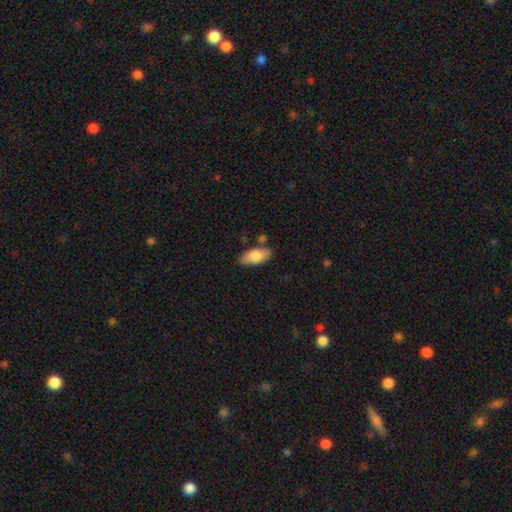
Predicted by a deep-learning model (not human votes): A smooth galaxy with no disk features (77%) that is in between round and cigar-shaped (88%). Merging: none (78%).